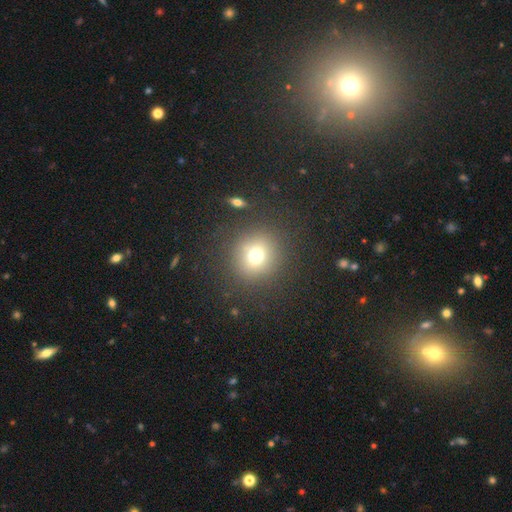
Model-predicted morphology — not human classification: Overall: smooth (70%). How rounded: round (89%). Merging: none (86%).